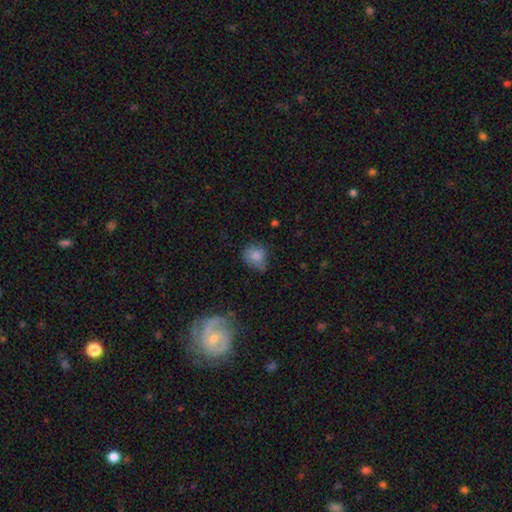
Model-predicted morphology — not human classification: Smooth or featured? Predicted: smooth (p=0.81). How rounded? Predicted: round (p=0.71). Merging? Predicted: none (p=0.59).